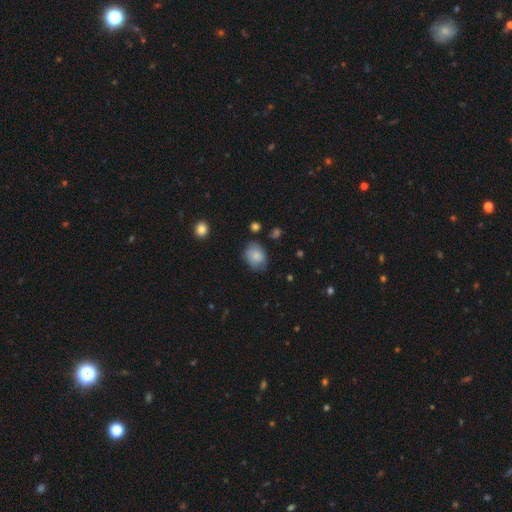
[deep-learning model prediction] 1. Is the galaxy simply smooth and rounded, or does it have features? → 79% smooth, 13% featured or disk, 8% star or artifact.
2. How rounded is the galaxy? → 57% in between, 42% round, 1% cigar-shaped.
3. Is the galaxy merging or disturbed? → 65% none, 27% minor disturbance, 6% major disturbance, 2% merger.